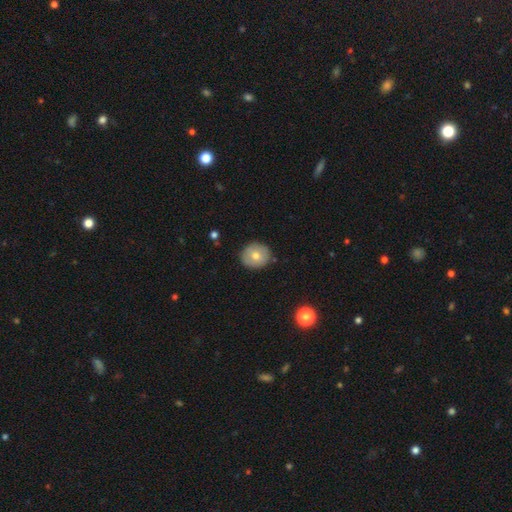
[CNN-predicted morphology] A smooth galaxy with no disk features (69%) that is round (87%).

Vote fractions:
- Smooth or featured? smooth: 69% / featured or disk: 23% / star or artifact: 8%
- How rounded? round: 87% / in between: 12% / cigar-shaped: 1%
- Merging? none: 87% / minor disturbance: 9% / major disturbance: 2% / merger: 1%